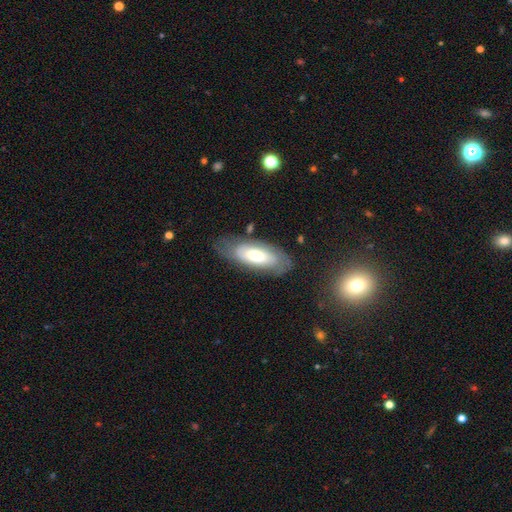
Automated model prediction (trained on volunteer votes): A smooth galaxy with no disk features (53%) that is in between round and cigar-shaped (82%).

Vote fractions:
- Smooth or featured? smooth: 53% / featured or disk: 41% / star or artifact: 6%
- How rounded? in between: 82% / cigar-shaped: 16% / round: 2%
- Merging? none: 65% / minor disturbance: 22% / major disturbance: 10% / merger: 3%